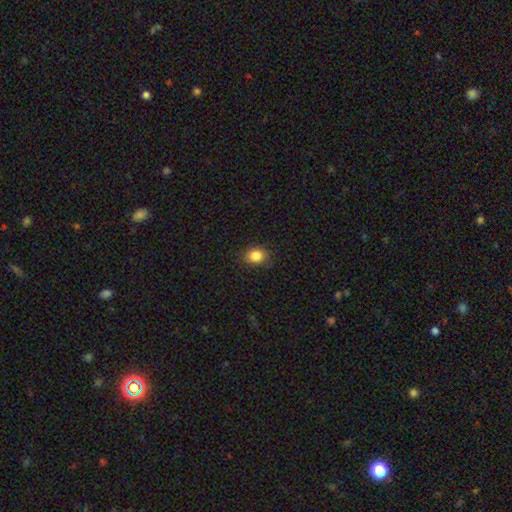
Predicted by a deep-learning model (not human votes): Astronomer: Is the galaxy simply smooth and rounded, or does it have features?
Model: smooth — 85%.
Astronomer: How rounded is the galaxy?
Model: round — 52% (runner-up: in between, 47%).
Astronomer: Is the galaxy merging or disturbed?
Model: none — 82%.